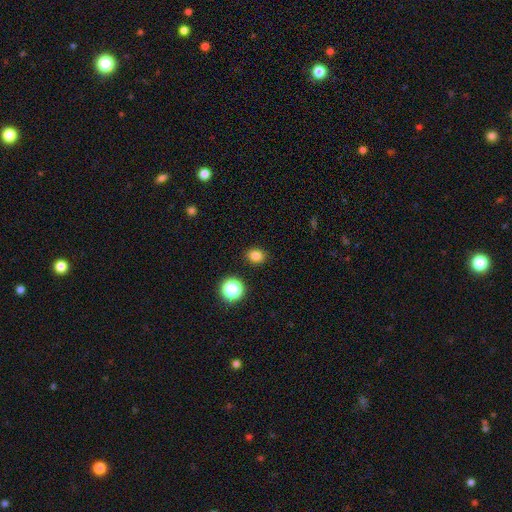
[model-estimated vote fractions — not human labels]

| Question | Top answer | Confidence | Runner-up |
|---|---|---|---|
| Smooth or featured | smooth | 81% | star or artifact (14%) |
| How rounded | round | 60% | in between (39%) |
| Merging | none | 89% | minor disturbance (7%) |